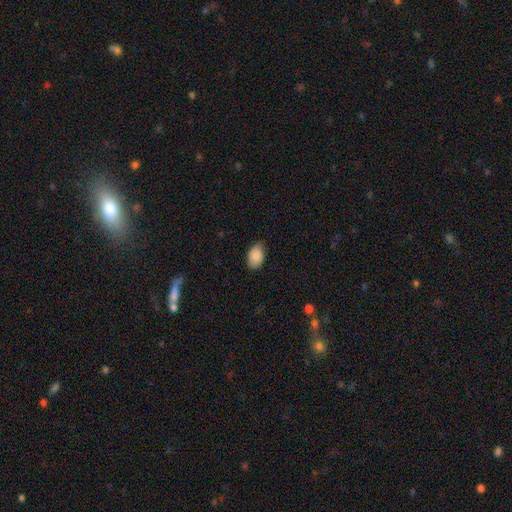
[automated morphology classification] This is clearly a smooth galaxy (89%). How rounded: clearly in between (90%). Merging: likely none (80%).